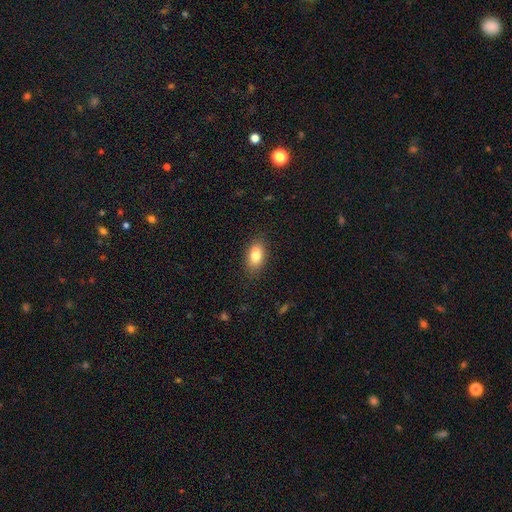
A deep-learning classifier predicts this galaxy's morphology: smooth-or-featured: smooth: 82% | featured or disk: 10% | star or artifact: 8%
  how-rounded: in between: 87% | round: 9% | cigar-shaped: 3%
  merging: none: 84% | minor disturbance: 12% | major disturbance: 3% | merger: 1%